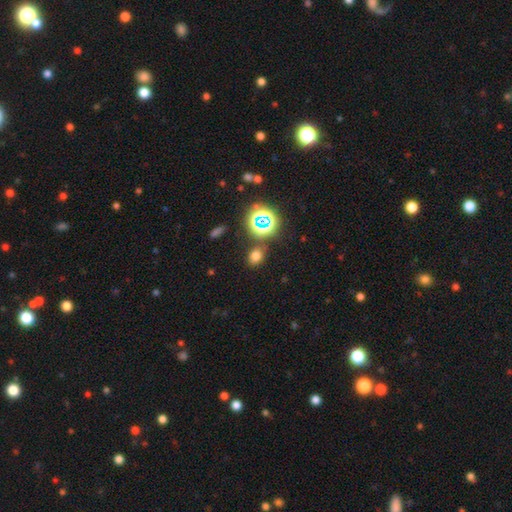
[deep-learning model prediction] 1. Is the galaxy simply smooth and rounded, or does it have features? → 67% smooth, 26% star or artifact, 7% featured or disk.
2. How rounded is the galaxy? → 57% round, 41% in between, 1% cigar-shaped.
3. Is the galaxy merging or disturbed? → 81% none, 10% minor disturbance, 6% merger, 3% major disturbance.